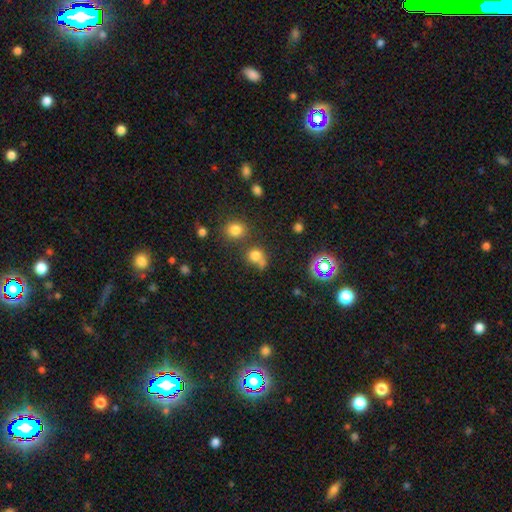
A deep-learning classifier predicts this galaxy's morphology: smooth 72%, star or artifact 19%, featured or disk 9%. Down the decision tree: how rounded — round (80%); merging — none (48%).